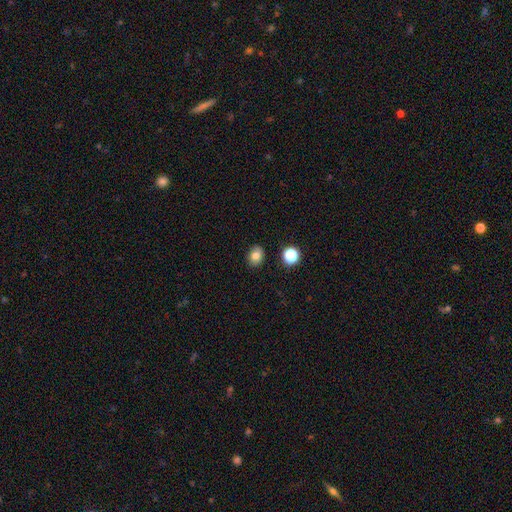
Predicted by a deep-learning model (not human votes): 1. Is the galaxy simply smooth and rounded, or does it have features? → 79% smooth, 13% star or artifact, 8% featured or disk.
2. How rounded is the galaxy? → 50% in between, 49% round, 1% cigar-shaped.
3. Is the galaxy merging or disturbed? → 87% none, 9% minor disturbance, 2% merger, 2% major disturbance.